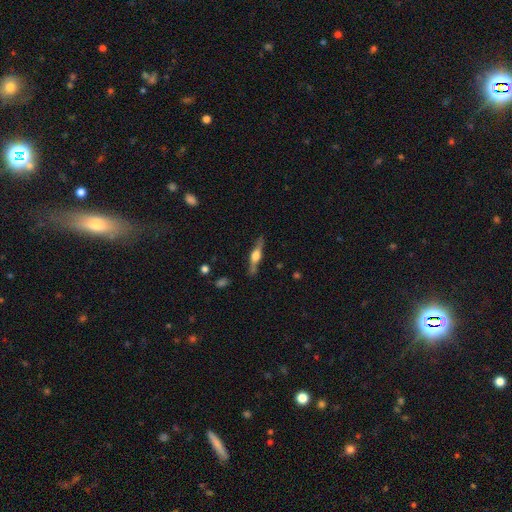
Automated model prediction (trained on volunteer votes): Smooth or featured?
  - featured or disk: 68% *
  - smooth: 26%
  - star or artifact: 6%
Edge-on disk?
  - yes: 96% *
  - no: 4%
Edge-on bulge?
  - rounded: 87% *
  - boxy: 10%
  - none: 3%
Merging?
  - none: 85% *
  - minor disturbance: 11%
  - major disturbance: 3%
  - merger: 2%